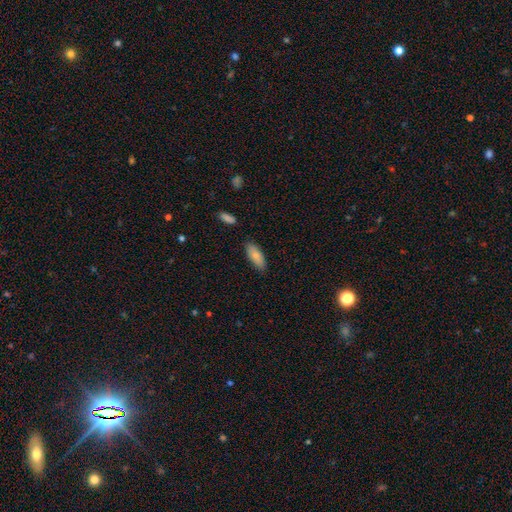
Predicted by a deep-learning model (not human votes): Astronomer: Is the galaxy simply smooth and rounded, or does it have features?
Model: smooth — 82%.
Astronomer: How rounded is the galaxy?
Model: in between — 73%.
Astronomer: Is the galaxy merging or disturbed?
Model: none — 84%.